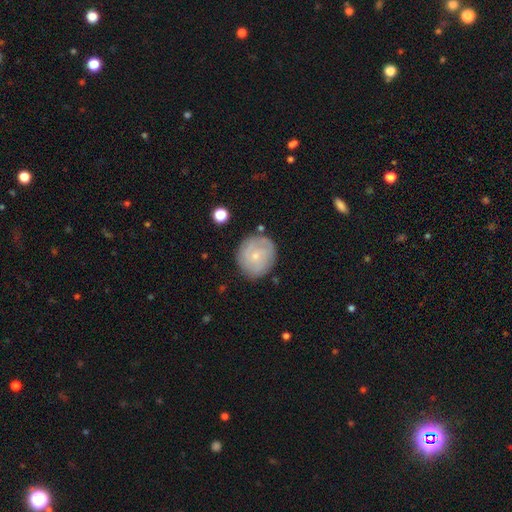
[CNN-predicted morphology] Smooth or featured? Predicted: featured or disk (p=0.54). Edge-on disk? Predicted: no (p=0.97). Bar? Predicted: no (p=0.77). Spiral arms? Predicted: yes (p=0.80). Bulge size? Predicted: small (p=0.78). Merging? Predicted: none (p=0.80).